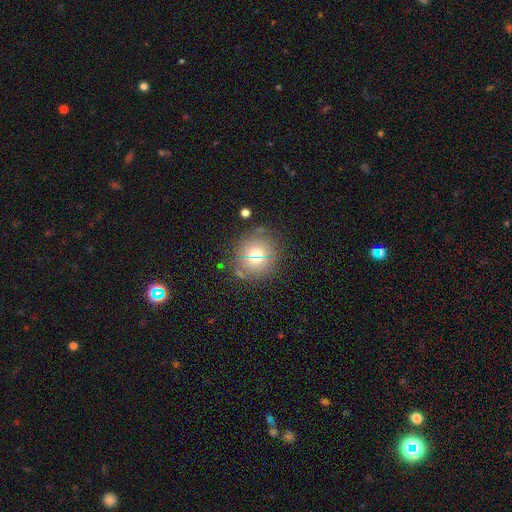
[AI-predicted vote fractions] Smooth or featured? Predicted: smooth (p=0.66). How rounded? Predicted: round (p=0.89). Merging? Predicted: none (p=0.80).